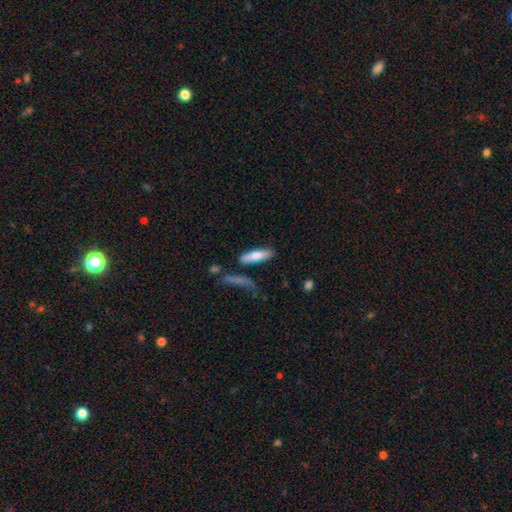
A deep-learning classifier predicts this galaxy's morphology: type=smooth (71%); roundness=cigar-shaped (64%); merging=none (69%).